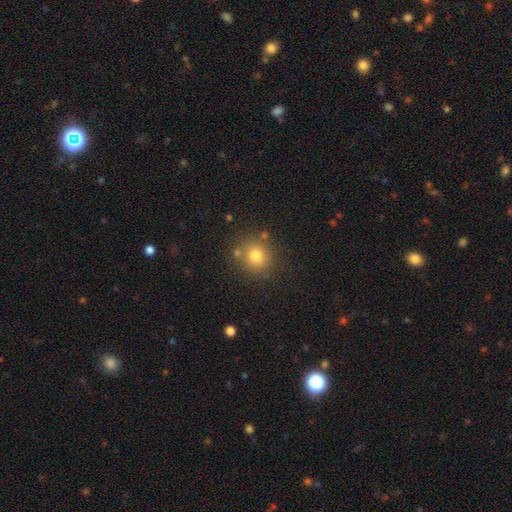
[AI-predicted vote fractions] A smooth galaxy with no disk features (77%) that is round (89%).

Vote fractions:
- Smooth or featured? smooth: 77% / star or artifact: 14% / featured or disk: 9%
- How rounded? round: 89% / in between: 10% / cigar-shaped: 1%
- Merging? none: 80% / minor disturbance: 10% / merger: 8% / major disturbance: 3%